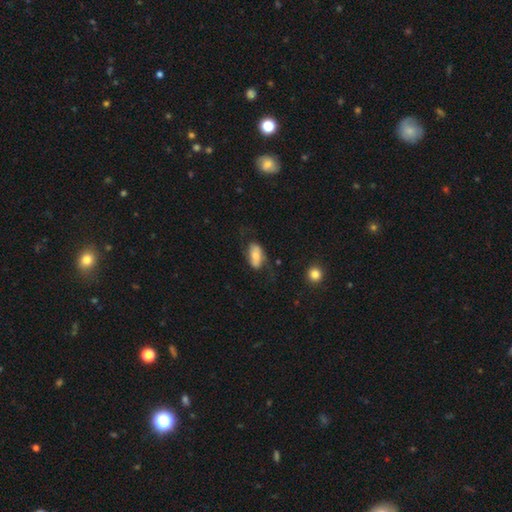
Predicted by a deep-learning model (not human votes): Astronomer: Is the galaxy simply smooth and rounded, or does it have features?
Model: smooth — 61%.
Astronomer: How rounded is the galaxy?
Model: in between — 90%.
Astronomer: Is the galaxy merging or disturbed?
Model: none — 56%.